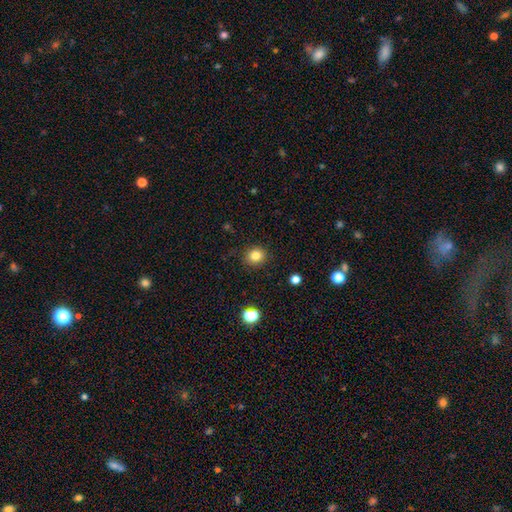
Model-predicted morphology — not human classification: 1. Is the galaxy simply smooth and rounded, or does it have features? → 82% smooth, 12% star or artifact, 6% featured or disk.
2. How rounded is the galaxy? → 78% round, 21% in between, 1% cigar-shaped.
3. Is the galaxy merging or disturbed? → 88% none, 8% minor disturbance, 2% major disturbance, 1% merger.